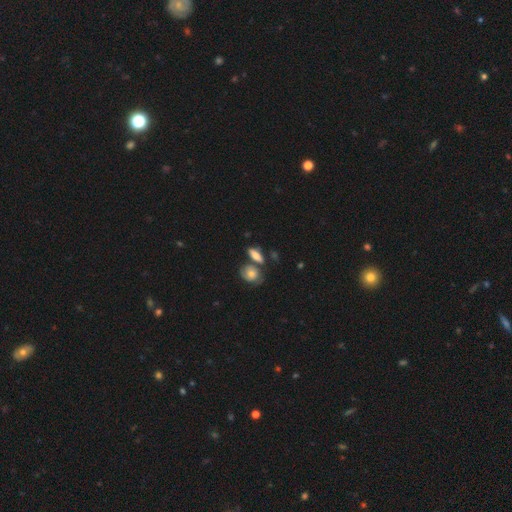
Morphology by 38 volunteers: This is likely a smooth galaxy (76%). How rounded: possibly in between (59%). Merging: possibly none (58%).